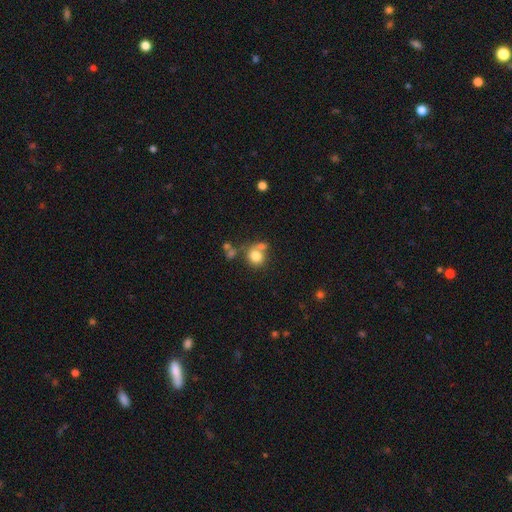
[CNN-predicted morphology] Smooth or featured: smooth — 78% (featured or disk — 12%)
How rounded: round — 81% (in between — 18%)
Merging: none — 50% (merger — 28%)